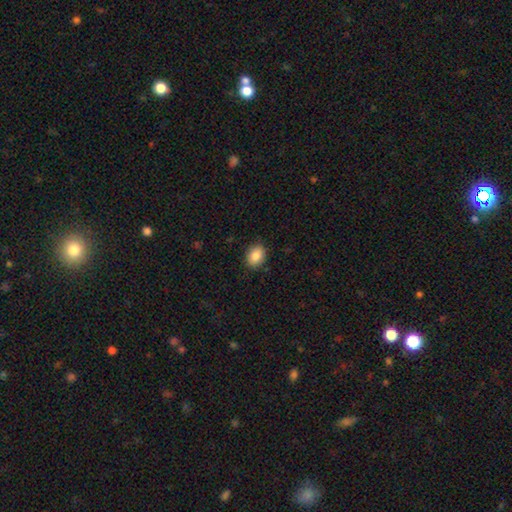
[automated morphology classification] Smooth or featured: smooth — 87% (star or artifact — 8%)
How rounded: in between — 69% (round — 30%)
Merging: none — 88% (minor disturbance — 9%)